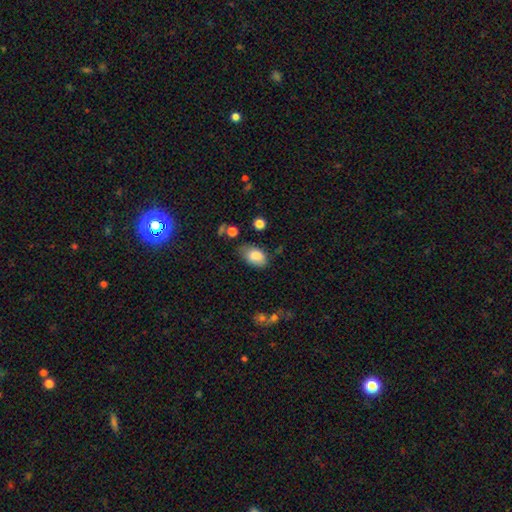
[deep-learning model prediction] Smooth or featured?
  - smooth: 84% *
  - star or artifact: 8%
  - featured or disk: 8%
How rounded?
  - in between: 90% *
  - round: 9%
  - cigar-shaped: 1%
Merging?
  - none: 63% *
  - minor disturbance: 26%
  - major disturbance: 7%
  - merger: 3%